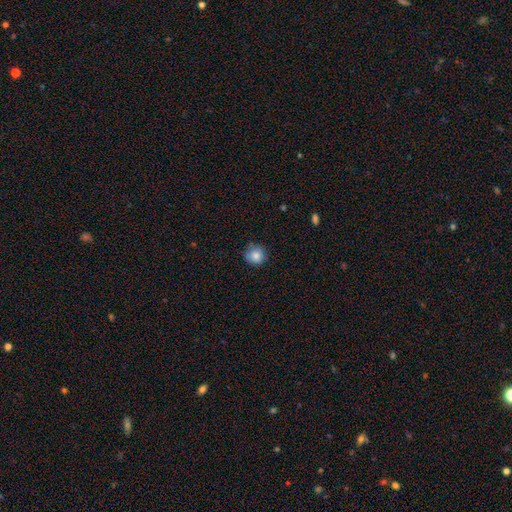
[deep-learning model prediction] smooth-or-featured: smooth: 83% | star or artifact: 9% | featured or disk: 7%
  how-rounded: round: 92% | in between: 7% | cigar-shaped: 1%
  merging: none: 79% | minor disturbance: 17% | major disturbance: 3% | merger: 1%